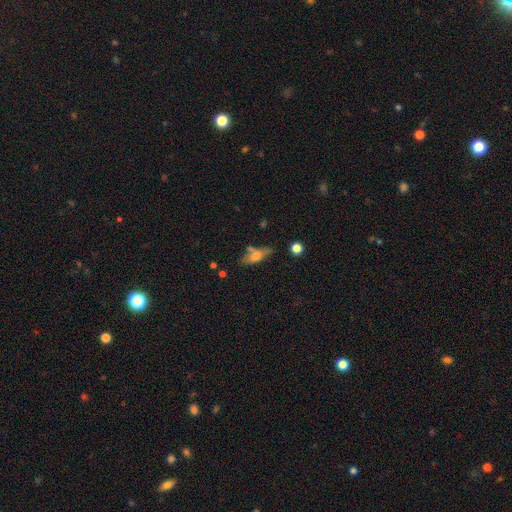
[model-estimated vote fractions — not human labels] Overall: smooth (59%; featured or disk 32%). How rounded: in between (64%; cigar-shaped 32%). Merging: none (56%; minor disturbance 22%).